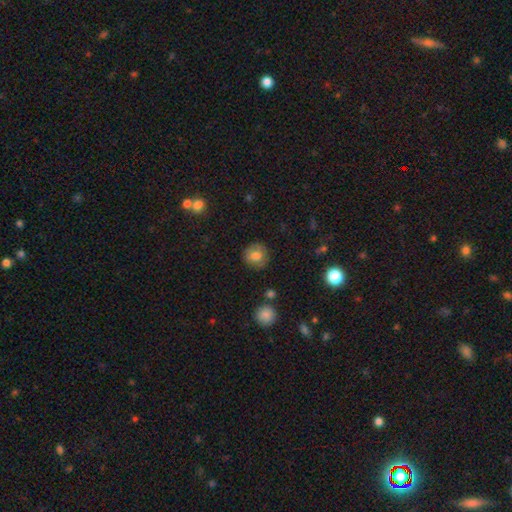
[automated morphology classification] type=smooth (79%); roundness=round (89%); merging=none (83%).